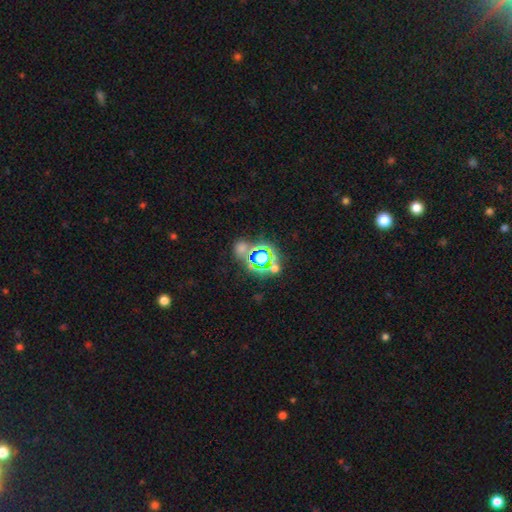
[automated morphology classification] Smooth or featured? star or artifact (76%)